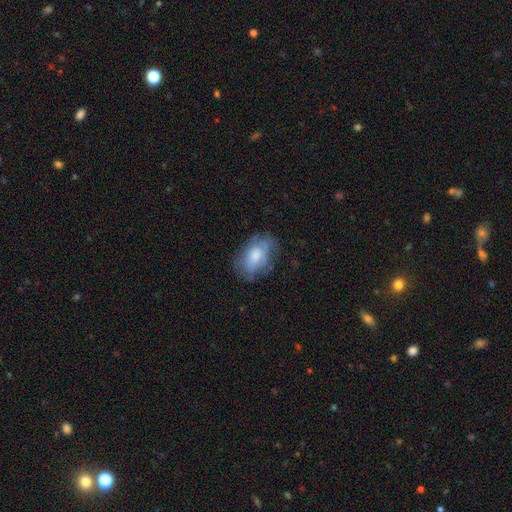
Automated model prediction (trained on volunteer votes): The model was most divided on "merging": none: 57%, minor disturbance: 27%, major disturbance: 14%, merger: 2%. More confident: how rounded — in between (88%); smooth or featured — smooth (64%).